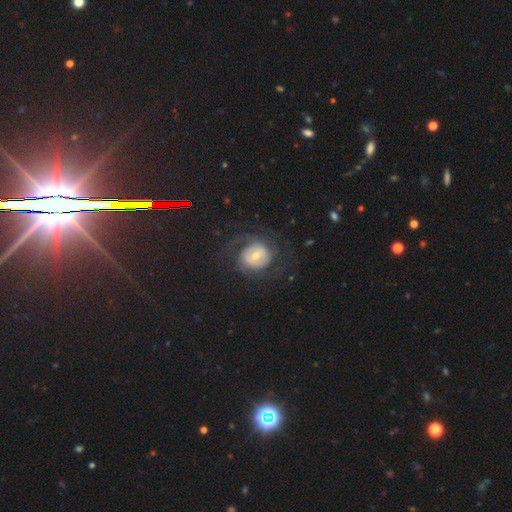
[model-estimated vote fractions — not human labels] A featured or disk galaxy (68%) with no bar (43%, tied with weak), 2 (48%) medium (40%) spiral arms (82%) and a moderate central bulge (46%).

Vote fractions:
- Smooth or featured? featured or disk: 68% / smooth: 25% / star or artifact: 8%
- Edge-on disk? no: 97% / yes: 3%
- Bar? no: 43% (tied) / weak: 43% (tied) / strong: 13%
- Spiral arms? yes: 82% / no: 18%
- Spiral winding? medium: 40% / tight: 37% / loose: 23%
- Spiral arm count? 2: 48% / can't tell: 27% / 3: 9% / 1: 8% / 4: 4% / more than 4: 4%
- Bulge size? moderate: 46% / small: 43% / large: 8% / none: 2% / dominant: 2%
- Merging? none: 63% / major disturbance: 20% / minor disturbance: 15% / merger: 1%